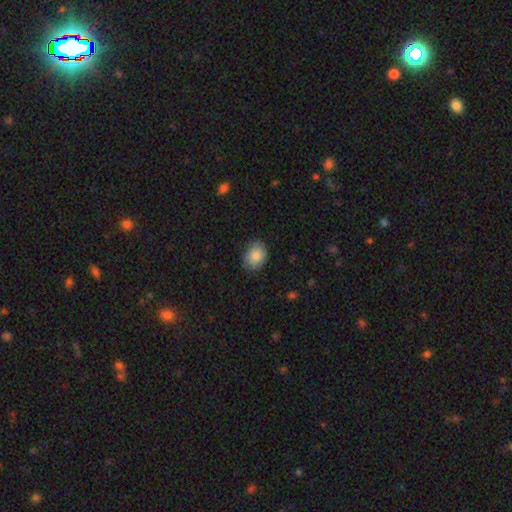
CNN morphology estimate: Smooth or featured: smooth — 84% (featured or disk — 9%)
How rounded: in between — 52% (round — 47%)
Merging: none — 81% (minor disturbance — 15%)